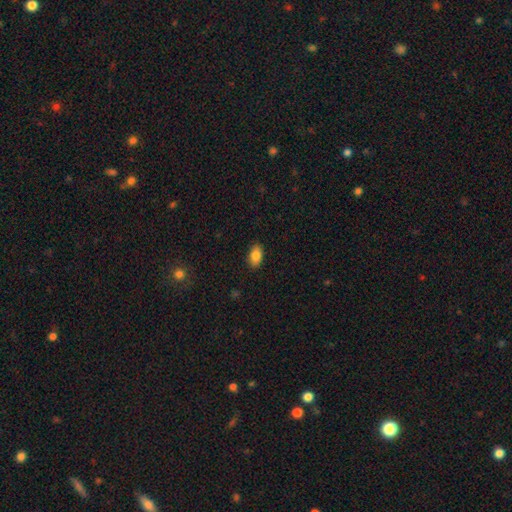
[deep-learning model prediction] A smooth galaxy with no disk features (86%) that is in between round and cigar-shaped (92%). Merging: none (88%).